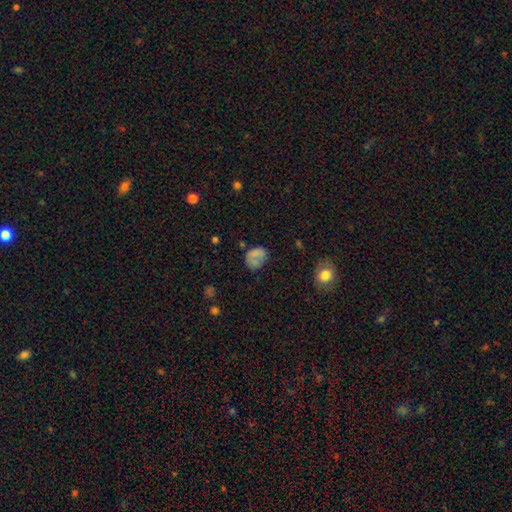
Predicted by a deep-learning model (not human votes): This is likely a smooth galaxy (72%). How rounded: possibly round (53%). Merging: possibly none (57%).